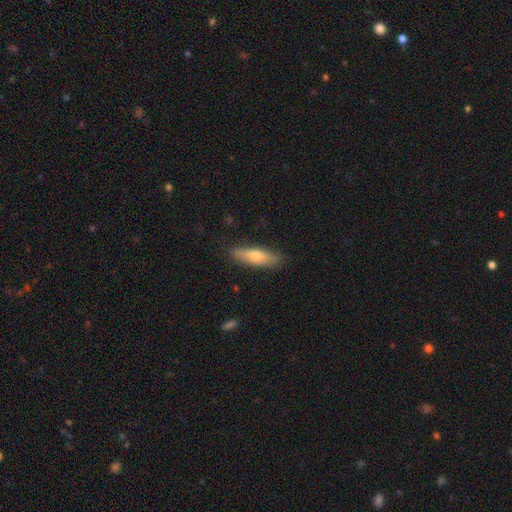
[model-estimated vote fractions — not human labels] Q: Smooth or featured?
A: smooth (68%); runner-up: featured or disk (26%)
Q: How rounded?
A: cigar-shaped (59%); runner-up: in between (39%)
Q: Merging?
A: none (85%); runner-up: minor disturbance (12%)